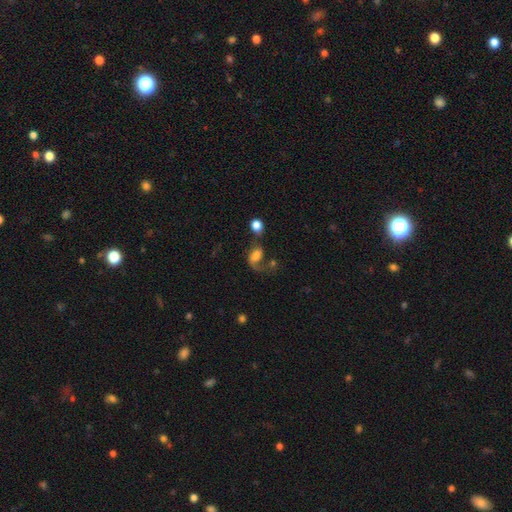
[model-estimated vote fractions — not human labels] Smooth or featured? Predicted: smooth (p=0.45). Merging? Predicted: major disturbance (p=0.38).